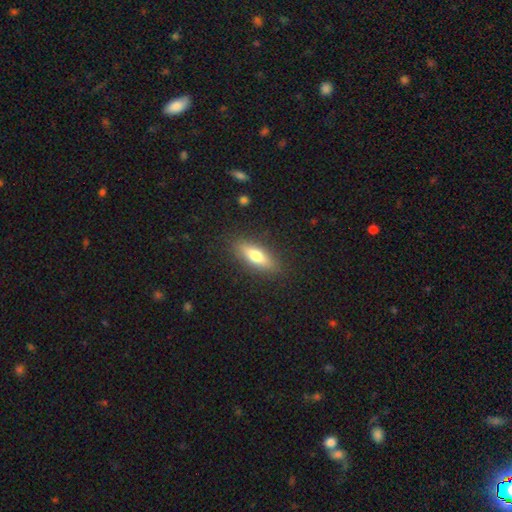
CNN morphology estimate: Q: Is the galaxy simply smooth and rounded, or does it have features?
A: smooth — 68%.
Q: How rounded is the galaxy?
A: in between — 58%.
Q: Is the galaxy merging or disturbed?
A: none — 86%.